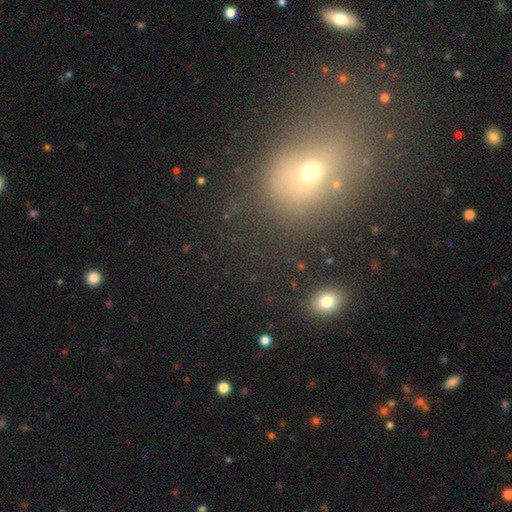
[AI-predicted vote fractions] Smooth or featured? Predicted: smooth (p=0.52). How rounded? Predicted: in between (p=0.51). Merging? Predicted: none (p=0.54).